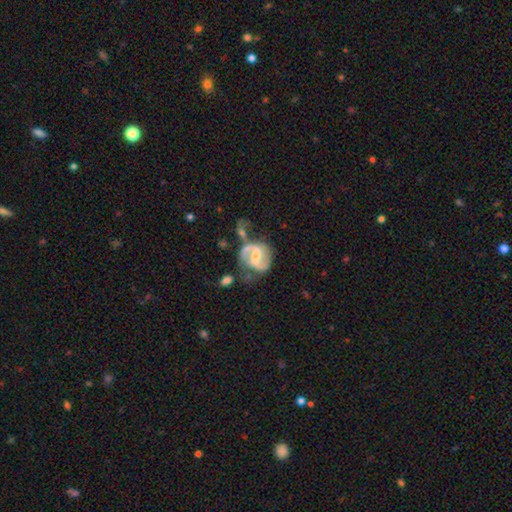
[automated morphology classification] featured or disk 84%, smooth 10%, star or artifact 6%. Down the decision tree: edge-on disk — no (98%); bar — strong (43%); spiral arms — yes (93%); spiral arm count — 2 (88%); spiral winding — medium (49%); bulge size — small (47%); merging — none (47%).